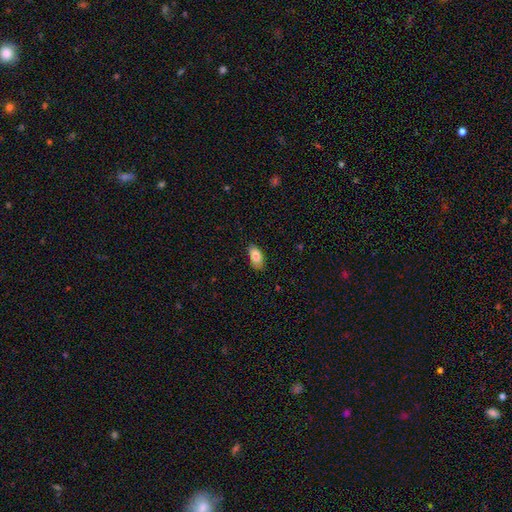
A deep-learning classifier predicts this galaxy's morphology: A smooth galaxy with no disk features (86%) that is in between round and cigar-shaped (92%). Merging: none (80%).